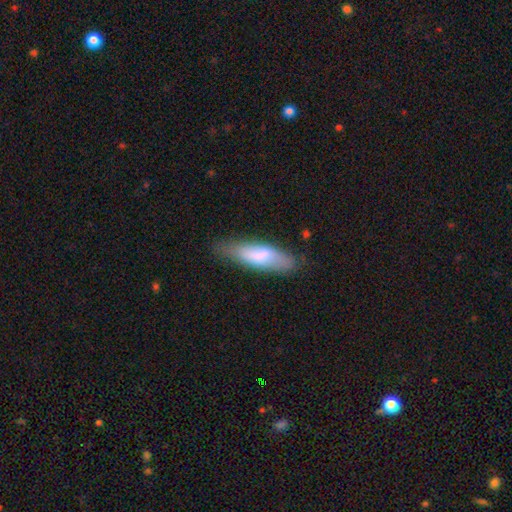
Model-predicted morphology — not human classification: This is likely a smooth galaxy (73%). How rounded: possibly cigar-shaped (60%). Merging: likely none (76%).